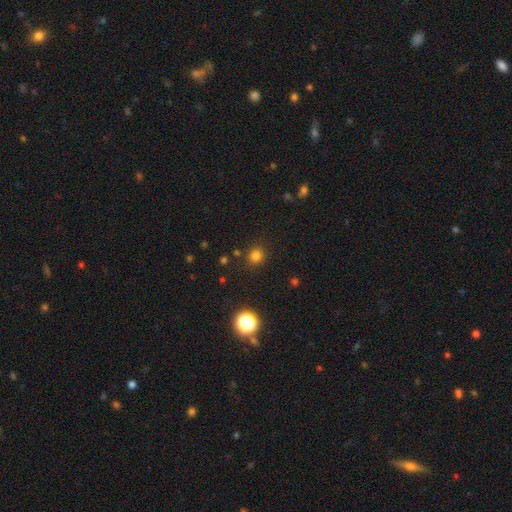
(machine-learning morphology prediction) smooth-or-featured: smooth: 79% | star or artifact: 17% | featured or disk: 4%
  how-rounded: round: 88% | in between: 11% | cigar-shaped: 1%
  merging: none: 87% | minor disturbance: 8% | major disturbance: 3% | merger: 2%